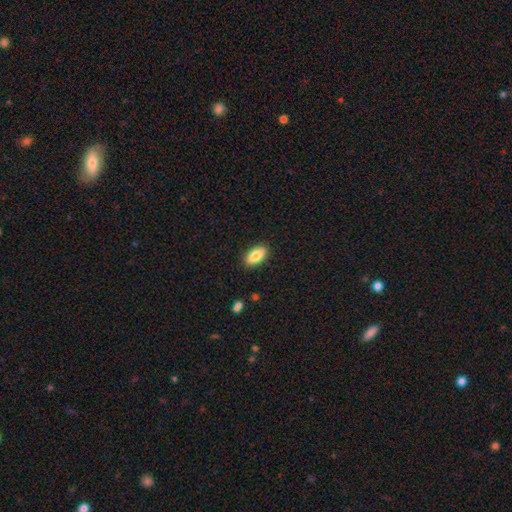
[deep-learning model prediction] This is clearly a smooth galaxy (83%). How rounded: clearly in between (87%). Merging: clearly none (89%).